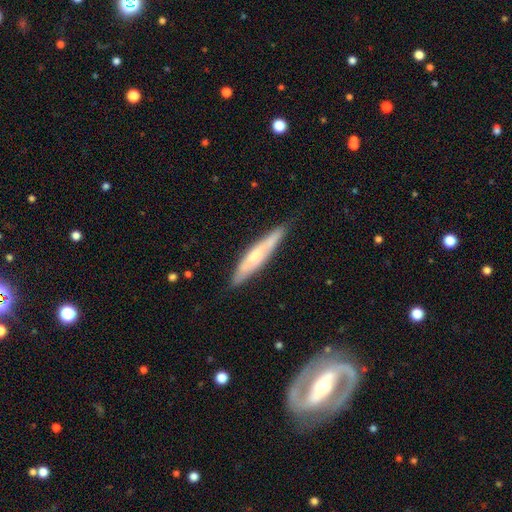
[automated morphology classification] Smooth or featured?
  - smooth: 50% *
  - featured or disk: 44%
  - star or artifact: 6%
How rounded?
  - cigar-shaped: 88% *
  - in between: 10%
  - round: 1%
Merging?
  - none: 80% *
  - minor disturbance: 16%
  - major disturbance: 3%
  - merger: 2%